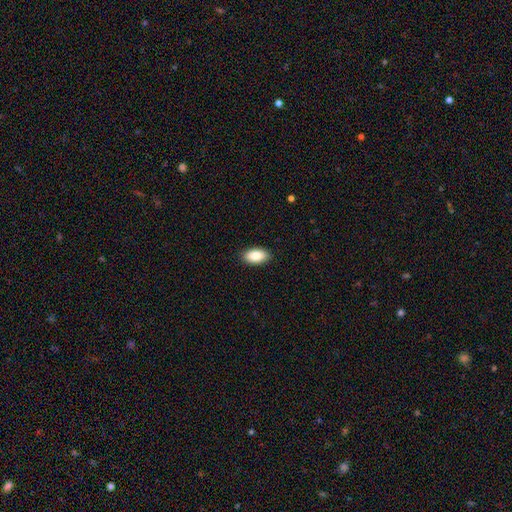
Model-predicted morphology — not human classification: Smooth or featured? smooth (87%)
How rounded? in between (94%)
Merging? none (90%)